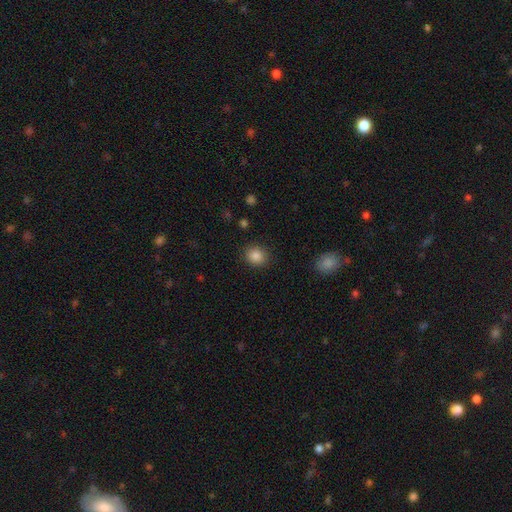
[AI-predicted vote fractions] Smooth or featured? smooth (86%)
How rounded? round (76%)
Merging? none (87%)